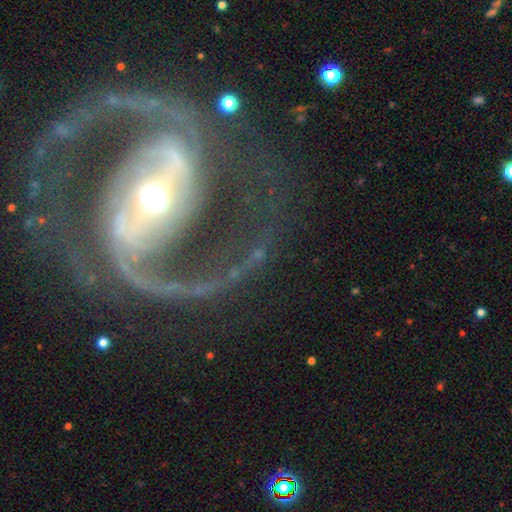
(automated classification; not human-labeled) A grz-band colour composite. It shows a featured or disk galaxy (89%) with a strong bar (55%), 2 (81%) medium (48%) spiral arms (95%) and a moderate central bulge (62%). Merging: none (60%).